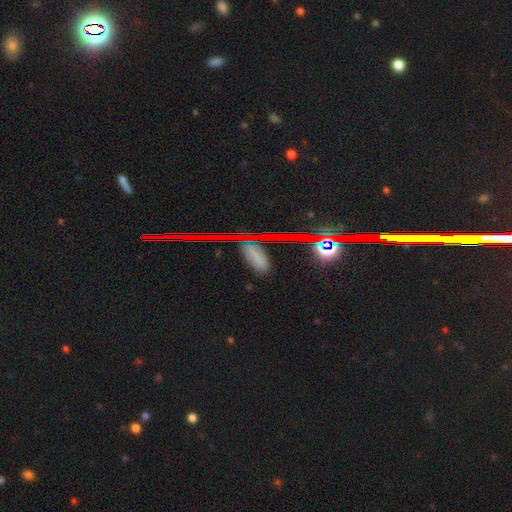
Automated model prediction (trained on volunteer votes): A smooth galaxy with no disk features (47%). Merging: none (70%).